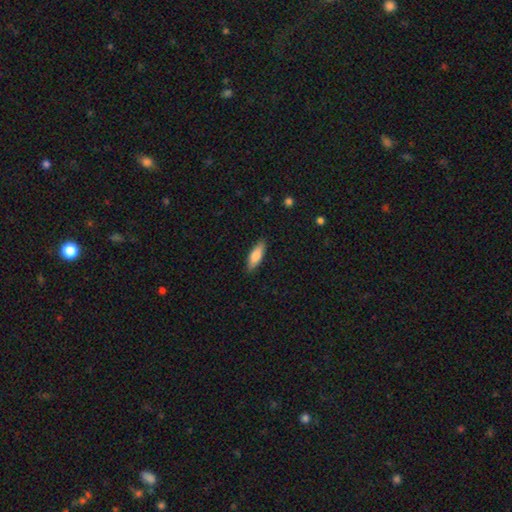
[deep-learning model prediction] A smooth galaxy with no disk features (78%) that is in between round and cigar-shaped (55%).

Vote fractions:
- Smooth or featured? smooth: 78% / featured or disk: 17% / star or artifact: 6%
- How rounded? in between: 55% / cigar-shaped: 43% / round: 2%
- Merging? none: 87% / minor disturbance: 10% / major disturbance: 2% / merger: 1%